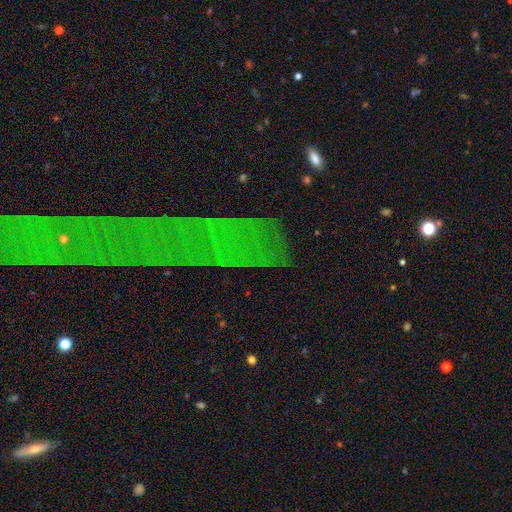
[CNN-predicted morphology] This is likely a star or artifact rather than a galaxy (75%).